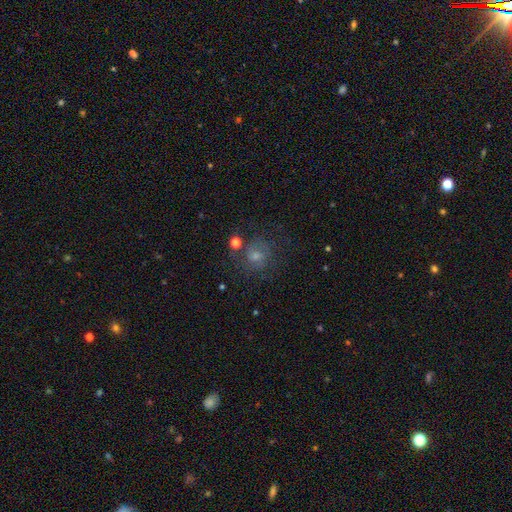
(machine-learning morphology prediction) Smooth or featured? Predicted: smooth (p=0.41). Merging? Predicted: none (p=0.72).